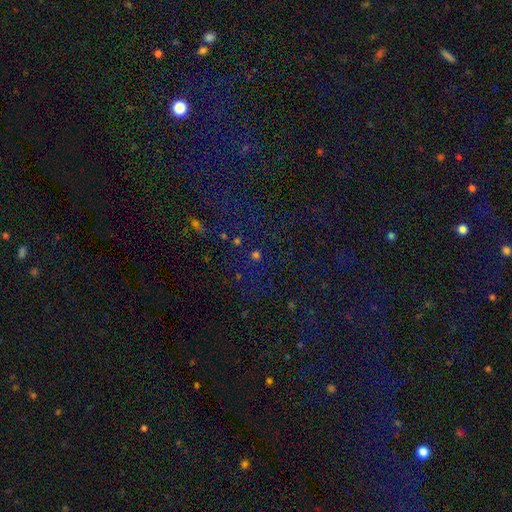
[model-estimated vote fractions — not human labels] Smooth or featured: star or artifact — 70% (smooth — 22%)